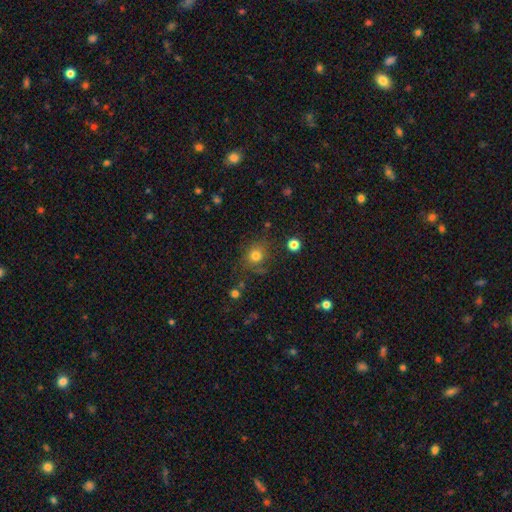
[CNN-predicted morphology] A smooth galaxy with no disk features (78%) that is round (83%).

Vote fractions:
- Smooth or featured? smooth: 78% / star or artifact: 14% / featured or disk: 8%
- How rounded? round: 83% / in between: 16% / cigar-shaped: 1%
- Merging? none: 74% / minor disturbance: 16% / major disturbance: 7% / merger: 4%